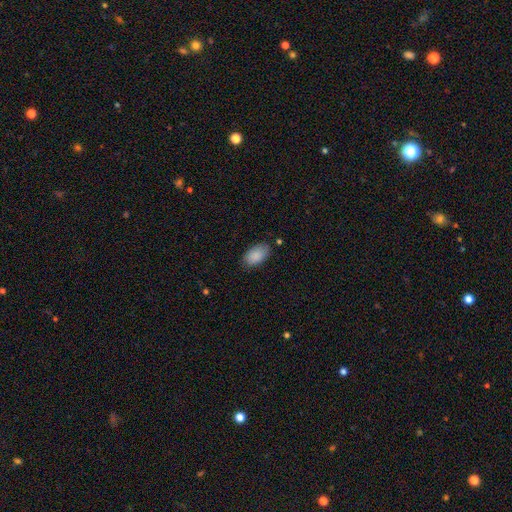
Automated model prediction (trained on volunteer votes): Smooth or featured: smooth — 89% (star or artifact — 6%)
How rounded: in between — 95% (round — 4%)
Merging: none — 81% (minor disturbance — 14%)